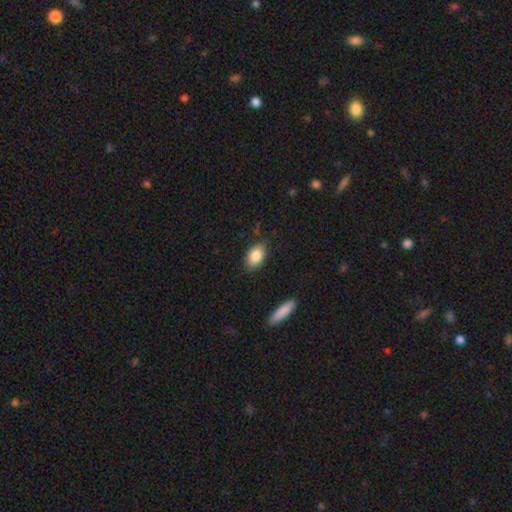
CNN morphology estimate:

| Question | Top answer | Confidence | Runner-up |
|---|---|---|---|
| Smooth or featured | smooth | 85% | featured or disk (8%) |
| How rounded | in between | 89% | round (9%) |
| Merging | none | 83% | minor disturbance (12%) |